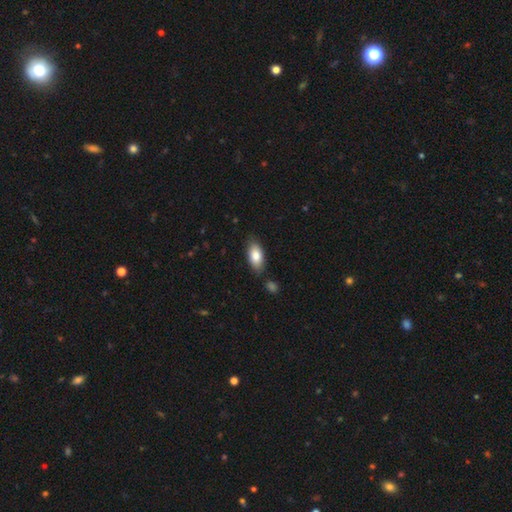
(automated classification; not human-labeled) smooth_or_featured: smooth (p=0.84) [alt: featured or disk p=0.10]
how_rounded: in between (p=0.90) [alt: cigar-shaped p=0.07]
merging: none (p=0.81) [alt: minor disturbance p=0.13]